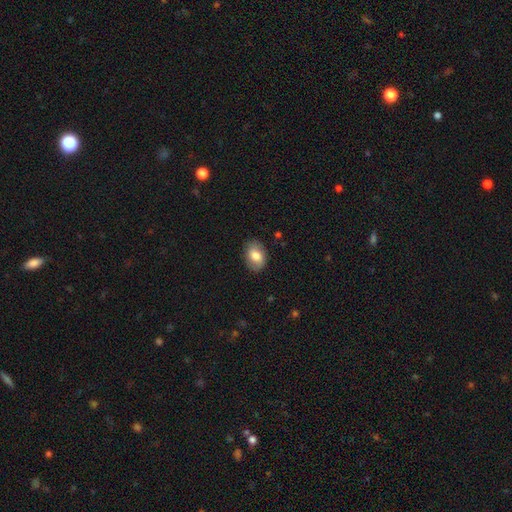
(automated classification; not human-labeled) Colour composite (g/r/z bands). It shows a smooth galaxy with no disk features (75%) that is in between round and cigar-shaped (80%). Merging: none (84%).